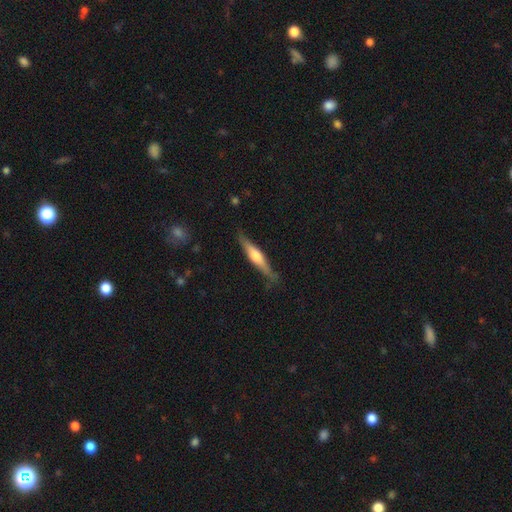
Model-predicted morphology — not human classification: smooth-or-featured: featured or disk: 55% | smooth: 40% | star or artifact: 5%
  disk-edge-on: yes: 95% | no: 5%
    edge-on-bulge: rounded: 84% | boxy: 9% | none: 7%
  merging: none: 81% | minor disturbance: 15% | major disturbance: 3% | merger: 2%